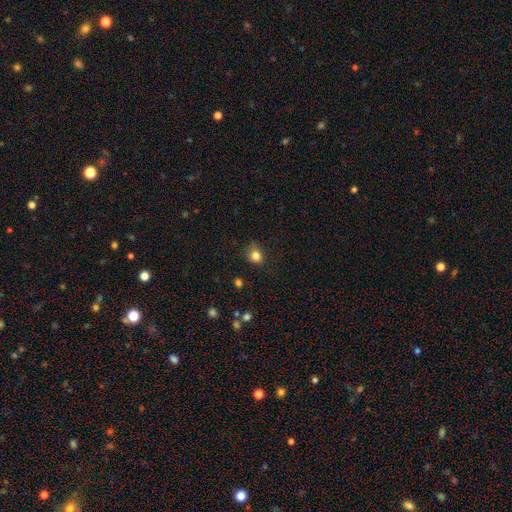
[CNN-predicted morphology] smooth-or-featured: smooth: 82% | star or artifact: 12% | featured or disk: 6%
  how-rounded: round: 70% | in between: 29% | cigar-shaped: 1%
  merging: none: 66% | minor disturbance: 25% | major disturbance: 6% | merger: 2%